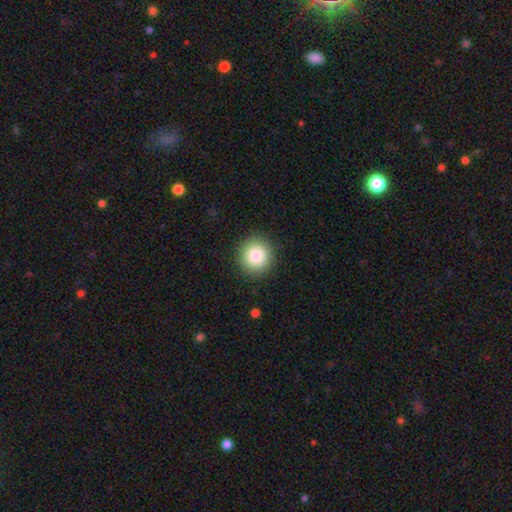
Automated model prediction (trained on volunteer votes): Smooth or featured?
  - smooth: 84% *
  - star or artifact: 9%
  - featured or disk: 7%
How rounded?
  - round: 93% *
  - in between: 6%
  - cigar-shaped: 1%
Merging?
  - none: 91% *
  - minor disturbance: 6%
  - major disturbance: 2%
  - merger: 1%